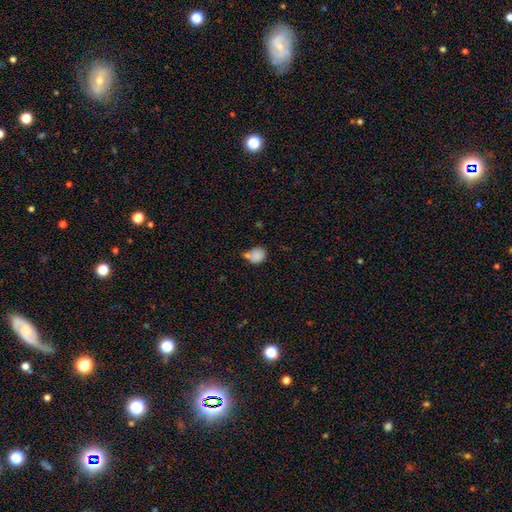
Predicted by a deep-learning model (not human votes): smooth-or-featured: smooth: 83% | star or artifact: 9% | featured or disk: 7%
  how-rounded: round: 61% | in between: 38% | cigar-shaped: 1%
  merging: none: 41% | minor disturbance: 28% | merger: 22% | major disturbance: 9%